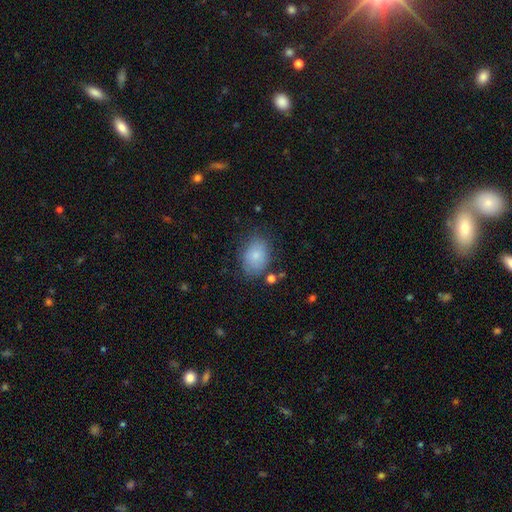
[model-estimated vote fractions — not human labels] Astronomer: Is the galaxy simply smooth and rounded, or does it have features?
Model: smooth — 79%.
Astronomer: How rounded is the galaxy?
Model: in between — 79%.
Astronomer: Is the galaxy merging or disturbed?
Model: none — 72%.